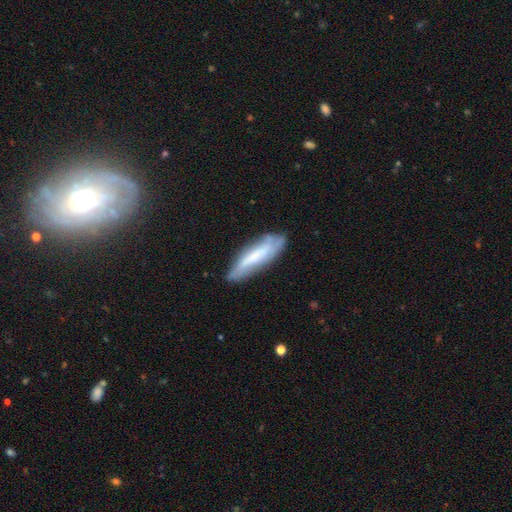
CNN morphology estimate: Overall: smooth (49%; featured or disk 44%). Merging: none (69%).